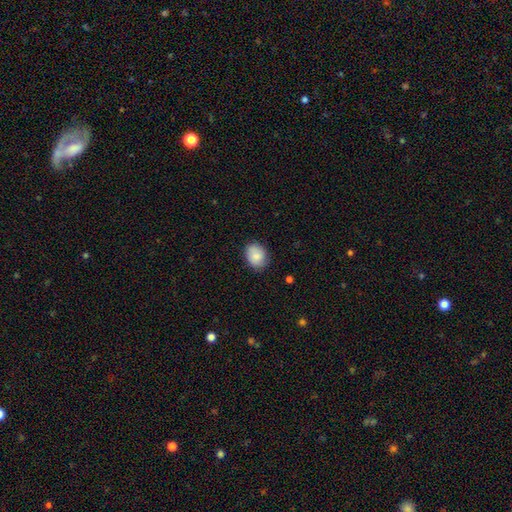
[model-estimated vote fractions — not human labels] This appears to be a smooth galaxy with no disk features (85%) that is in between round and cigar-shaped (53%). Merging: none (81%).